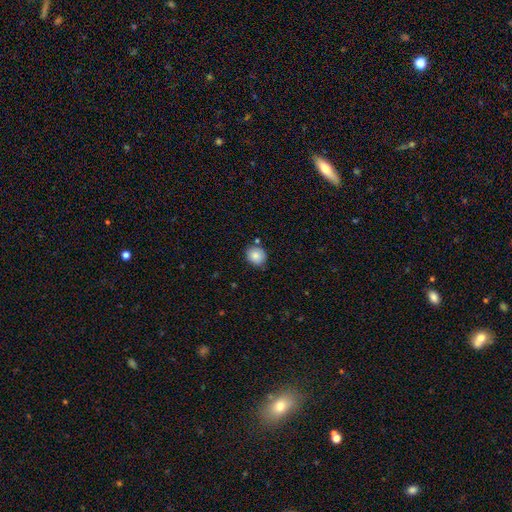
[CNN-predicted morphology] smooth_or_featured: smooth (p=0.84) [alt: star or artifact p=0.09]
how_rounded: round (p=0.79) [alt: in between p=0.20]
merging: none (p=0.78) [alt: minor disturbance p=0.15]